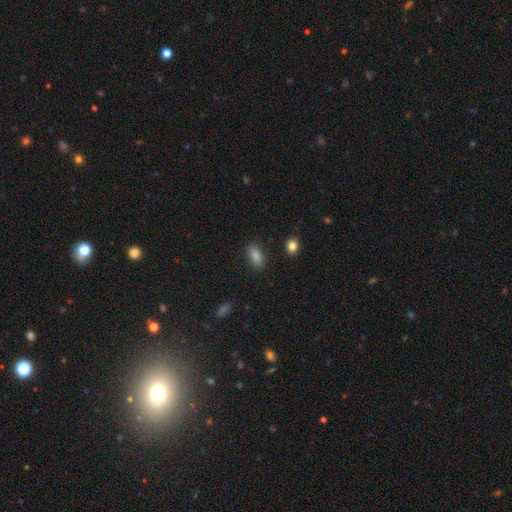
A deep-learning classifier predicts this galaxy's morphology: Smooth or featured? Predicted: smooth (p=0.82). How rounded? Predicted: in between (p=0.86). Merging? Predicted: none (p=0.86).